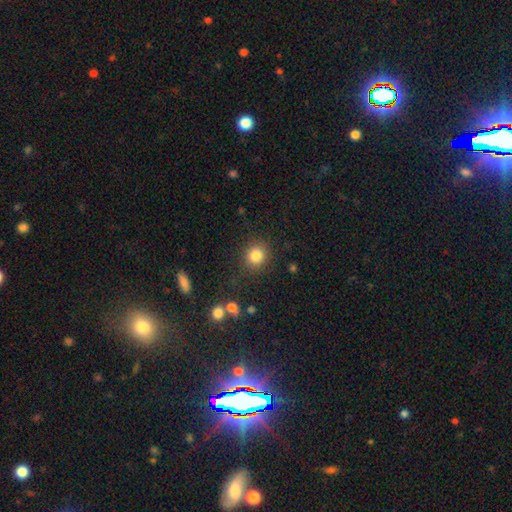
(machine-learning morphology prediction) Smooth or featured: smooth — 83% (star or artifact — 11%)
How rounded: round — 86% (in between — 13%)
Merging: none — 86% (minor disturbance — 8%)